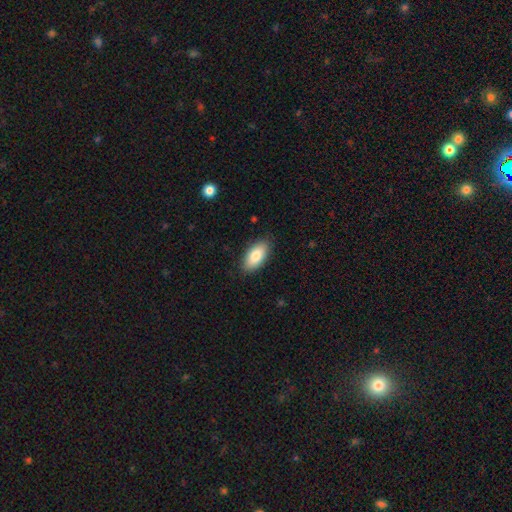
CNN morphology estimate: Smooth or featured?
  - smooth: 83% *
  - featured or disk: 11%
  - star or artifact: 6%
How rounded?
  - in between: 92% *
  - cigar-shaped: 5%
  - round: 3%
Merging?
  - none: 87% *
  - minor disturbance: 10%
  - major disturbance: 2%
  - merger: 1%